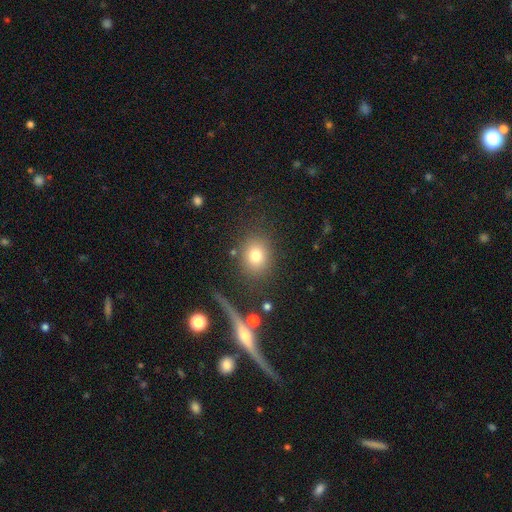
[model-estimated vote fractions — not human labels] smooth 76%, star or artifact 13%, featured or disk 11%. Down the decision tree: how rounded — round (63%); merging — none (80%).